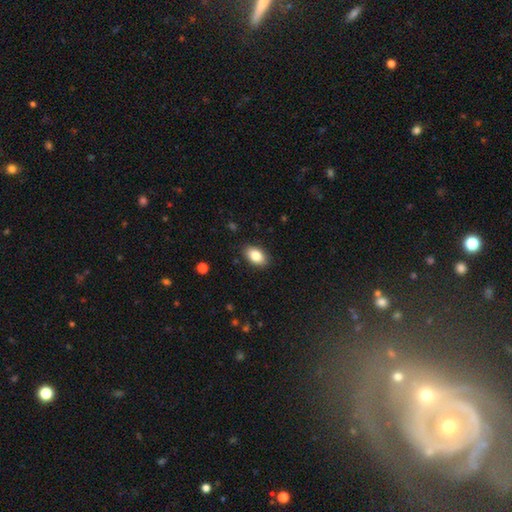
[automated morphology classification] The model was most divided on "smooth or featured": smooth: 84%, featured or disk: 8%, star or artifact: 8%. More confident: how rounded — in between (91%); merging — none (88%).